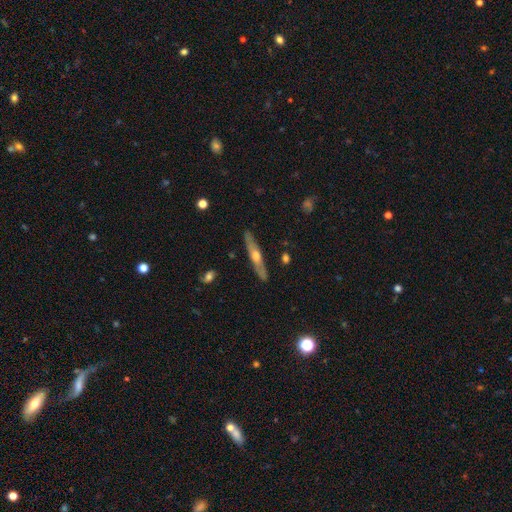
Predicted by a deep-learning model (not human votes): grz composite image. It shows a featured or disk galaxy (66%) viewed edge-on (89%) with a rounded central bulge (87%). Merging: none (88%).